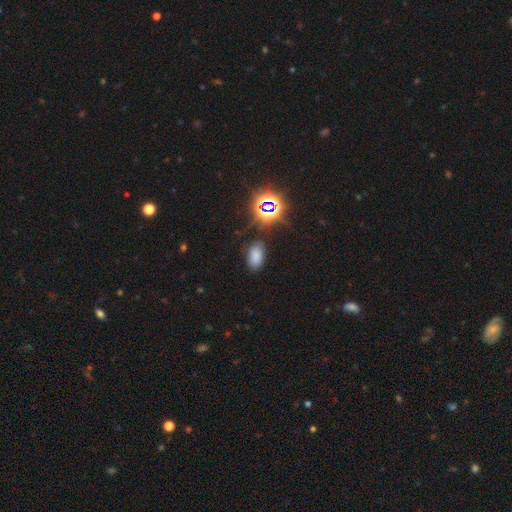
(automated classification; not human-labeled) Morphology: type=smooth (70%); roundness=in between (92%); merging=none (81%).